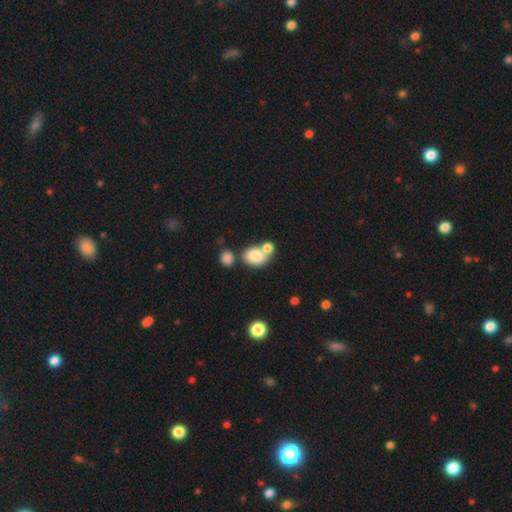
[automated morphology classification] This is likely a smooth galaxy (79%). How rounded: likely in between (61%). Merging: possibly merger (49%).